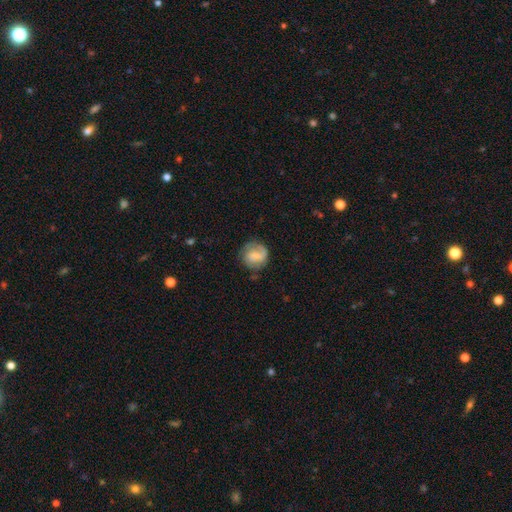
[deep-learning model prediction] Morphology: type=featured or disk (58%); edge-on=no (98%); bar=weak (47%); spiral arms=yes (89%); winding=medium (41%, tied with tight); arm count=2 (62%); bulge=small (48%); merging=none (68%).